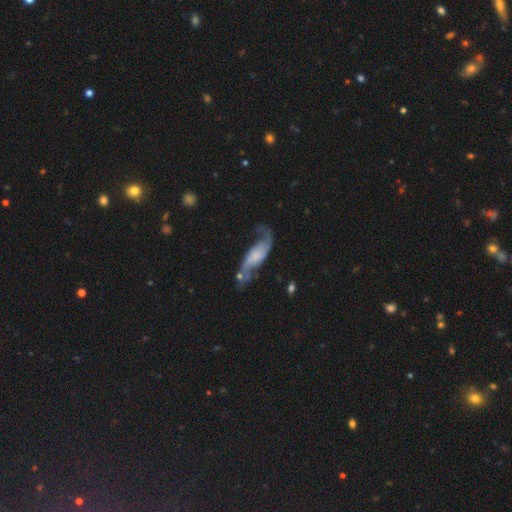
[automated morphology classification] type=featured or disk (79%); edge-on=no (90%); bar=no (55%); spiral arms=yes (94%); winding=loose (79%); arm count=2 (90%); bulge=none (38%); merging=none (57%).